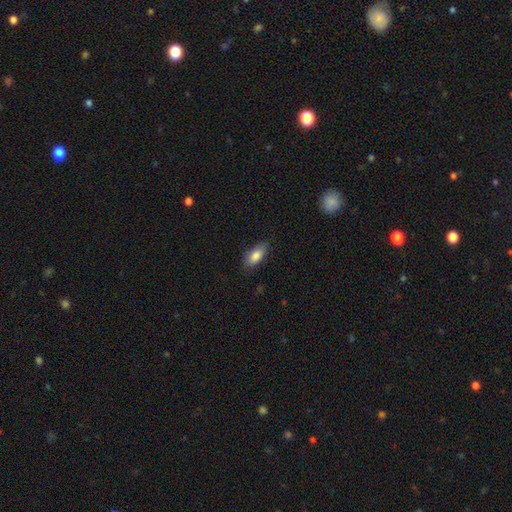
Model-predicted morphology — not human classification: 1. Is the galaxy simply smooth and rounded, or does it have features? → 84% smooth, 10% featured or disk, 7% star or artifact.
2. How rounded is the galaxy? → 86% in between, 11% cigar-shaped, 3% round.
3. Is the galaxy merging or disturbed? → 81% none, 15% minor disturbance, 3% major disturbance, 1% merger.